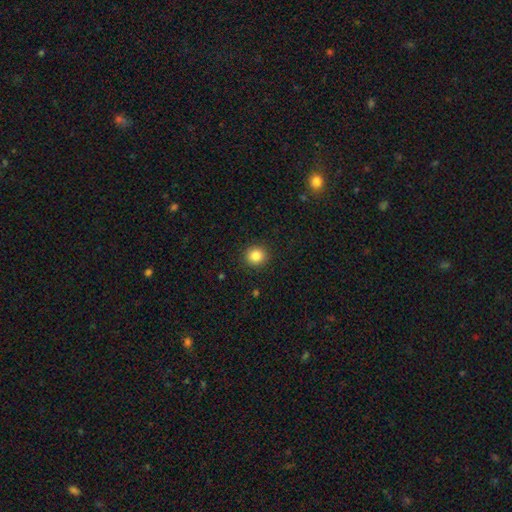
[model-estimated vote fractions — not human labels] Morphology: type=smooth (85%); roundness=round (88%); merging=none (91%).